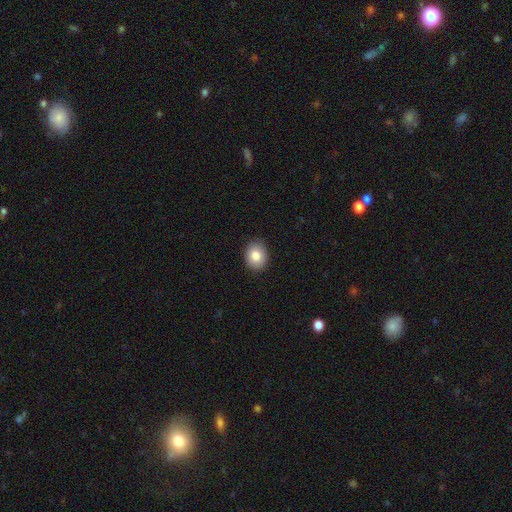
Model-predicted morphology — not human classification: Smooth or featured? Predicted: smooth (p=0.84). How rounded? Predicted: in between (p=0.54). Merging? Predicted: none (p=0.89).